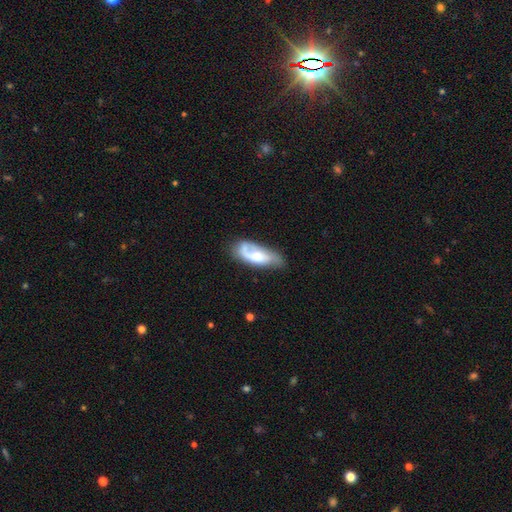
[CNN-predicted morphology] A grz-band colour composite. It shows a featured or disk galaxy (55%). Merging: none (52%).